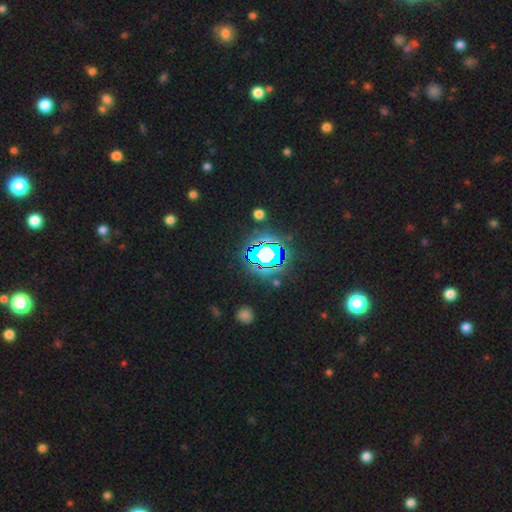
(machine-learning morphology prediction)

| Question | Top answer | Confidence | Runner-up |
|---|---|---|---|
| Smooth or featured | star or artifact | 81% | smooth (12%) |